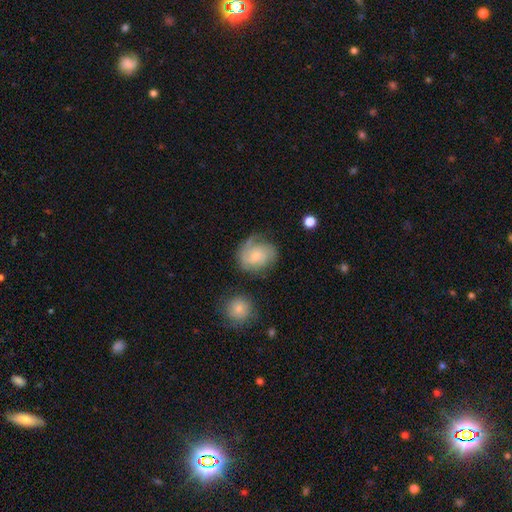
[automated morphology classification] type=featured or disk (65%); edge-on=no (98%); bar=no (64%); spiral arms=yes (92%); winding=tight (43%); arm count=2 (41%); bulge=small (57%); merging=none (62%).